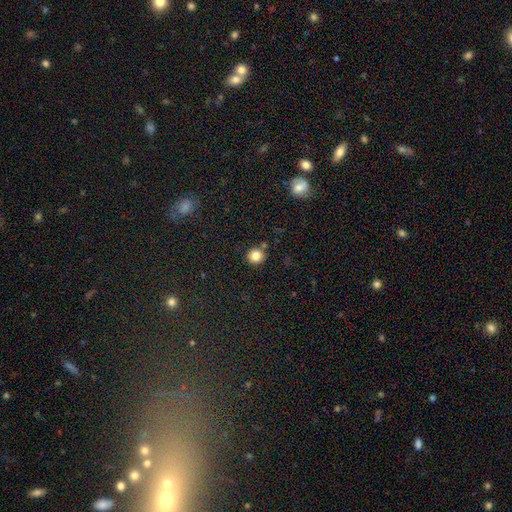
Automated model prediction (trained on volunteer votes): The model was most divided on "smooth or featured": smooth: 83%, star or artifact: 12%, featured or disk: 6%. More confident: how rounded — round (91%); merging — none (85%).